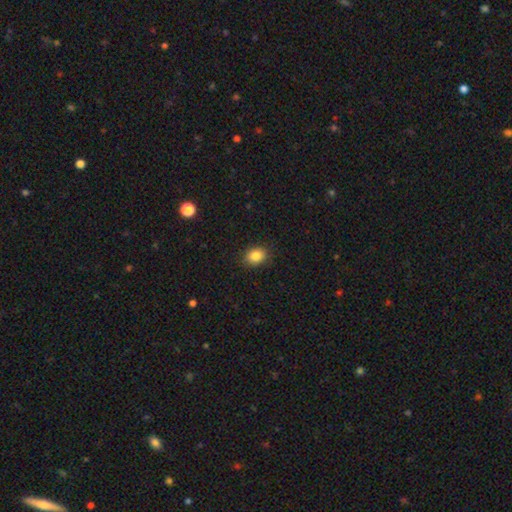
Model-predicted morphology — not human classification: Smooth or featured? Predicted: smooth (p=0.86). How rounded? Predicted: in between (p=0.60). Merging? Predicted: none (p=0.88).